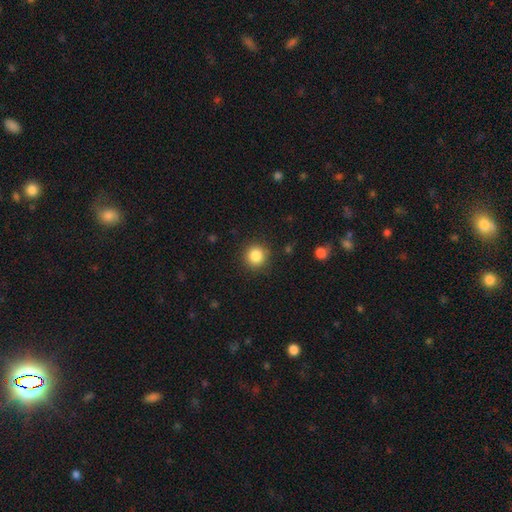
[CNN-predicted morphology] Overall: smooth (86%). How rounded: round (93%). Merging: none (89%).